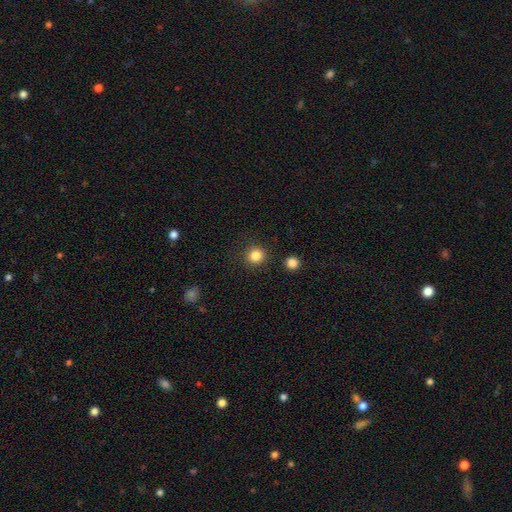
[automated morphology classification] Smooth or featured? Predicted: smooth (p=0.84). How rounded? Predicted: round (p=0.92). Merging? Predicted: none (p=0.89).